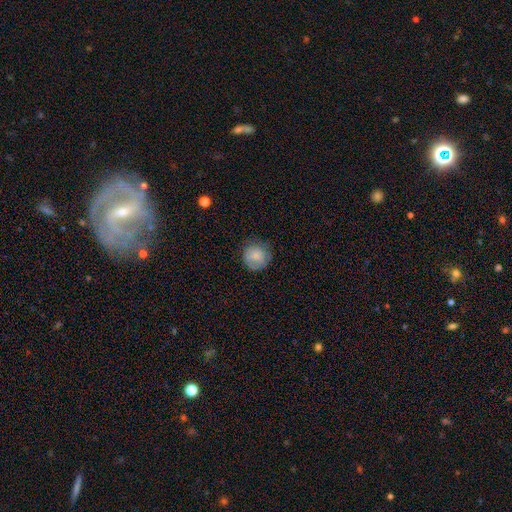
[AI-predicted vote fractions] Smooth or featured?
  - smooth: 78% *
  - featured or disk: 15%
  - star or artifact: 7%
How rounded?
  - round: 92% *
  - in between: 7%
  - cigar-shaped: 1%
Merging?
  - none: 74% *
  - minor disturbance: 19%
  - major disturbance: 6%
  - merger: 1%